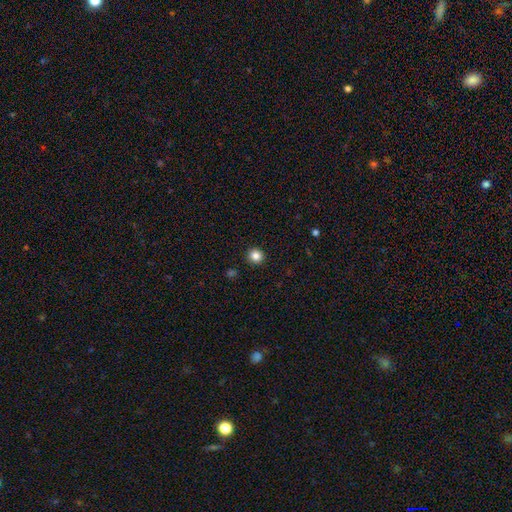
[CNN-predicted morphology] smooth-or-featured: smooth: 84% | star or artifact: 11% | featured or disk: 5%
  how-rounded: round: 94% | in between: 5% | cigar-shaped: 1%
  merging: none: 93% | minor disturbance: 4% | major disturbance: 1% | merger: 1%